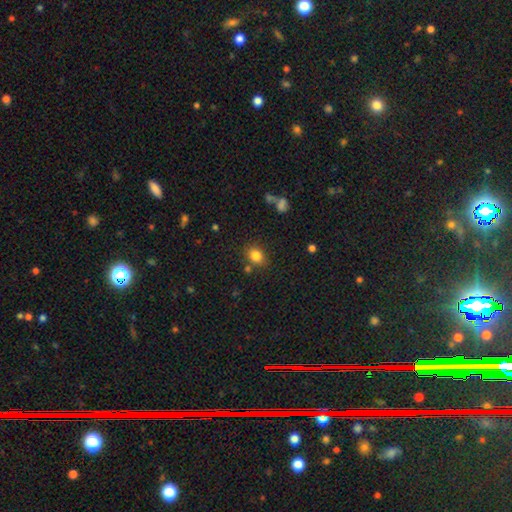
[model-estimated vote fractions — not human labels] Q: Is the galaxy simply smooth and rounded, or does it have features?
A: smooth — 82%.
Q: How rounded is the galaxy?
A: in between — 52%.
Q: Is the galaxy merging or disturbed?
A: none — 75%.